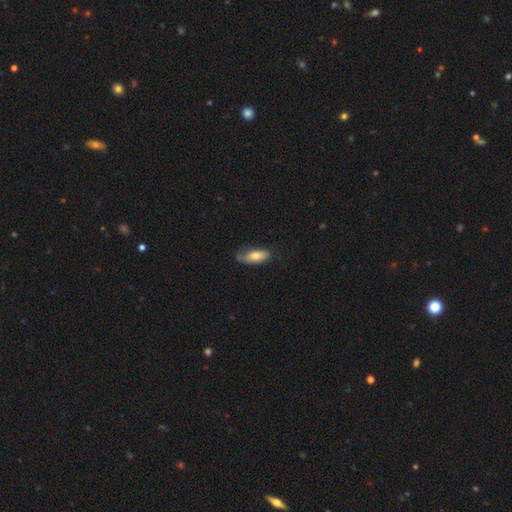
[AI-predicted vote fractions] This is likely a smooth galaxy (73%). How rounded: likely in between (77%). Merging: possibly none (52%).